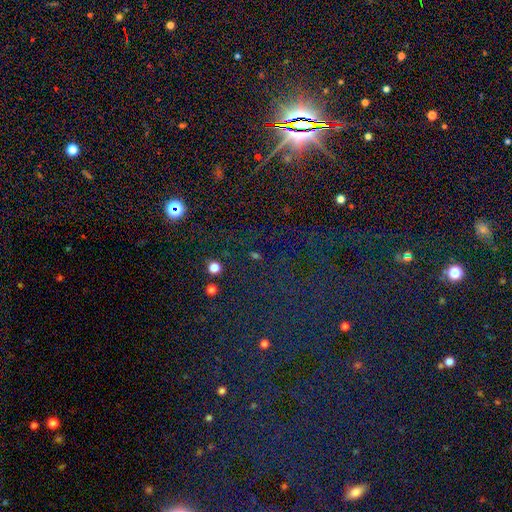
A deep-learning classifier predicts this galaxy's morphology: The model was most divided on "smooth or featured": star or artifact: 75%, smooth: 17%, featured or disk: 9%.